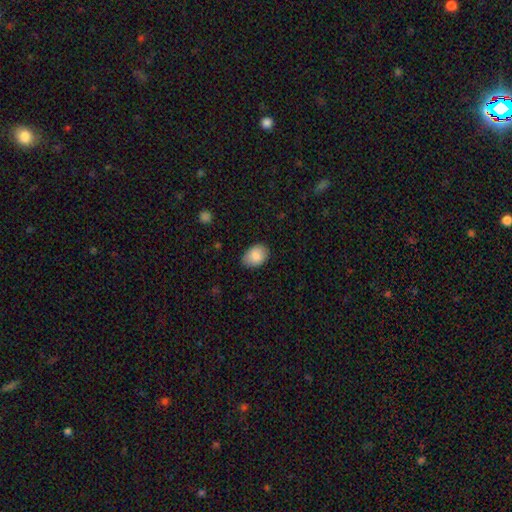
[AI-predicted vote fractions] smooth-or-featured: smooth: 87% | star or artifact: 7% | featured or disk: 6%
  how-rounded: in between: 79% | round: 20% | cigar-shaped: 1%
  merging: none: 81% | minor disturbance: 16% | major disturbance: 3% | merger: 1%